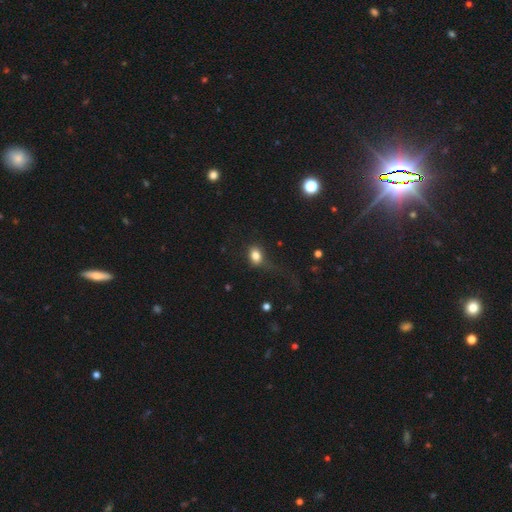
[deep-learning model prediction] This is clearly a smooth galaxy (81%). How rounded: likely in between (67%). Merging: possibly none (51%).